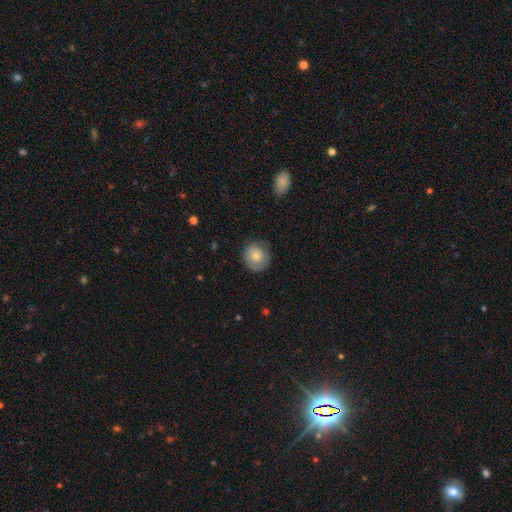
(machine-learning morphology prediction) Smooth or featured? Predicted: smooth (p=0.75). How rounded? Predicted: round (p=0.85). Merging? Predicted: none (p=0.74).